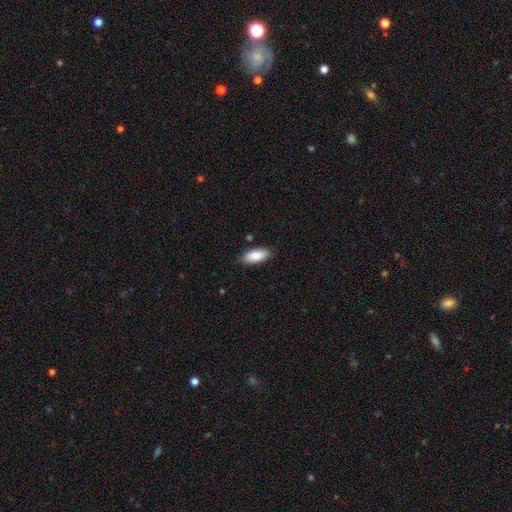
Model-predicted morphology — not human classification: Smooth or featured? smooth (86%)
How rounded? in between (88%)
Merging? none (85%)